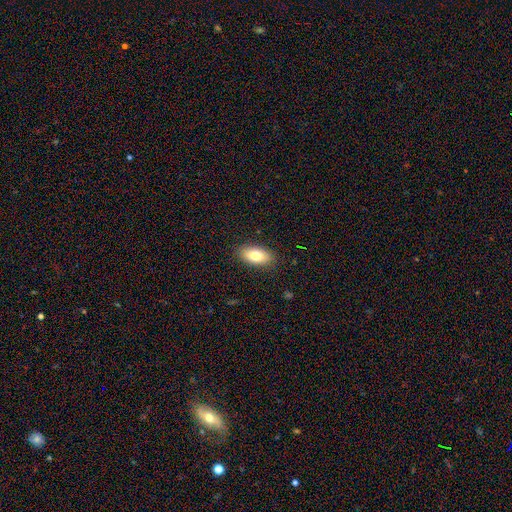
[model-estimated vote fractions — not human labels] Smooth or featured?
  - smooth: 77% *
  - featured or disk: 15%
  - star or artifact: 8%
How rounded?
  - in between: 91% *
  - cigar-shaped: 5%
  - round: 4%
Merging?
  - none: 88% *
  - minor disturbance: 9%
  - major disturbance: 2%
  - merger: 1%